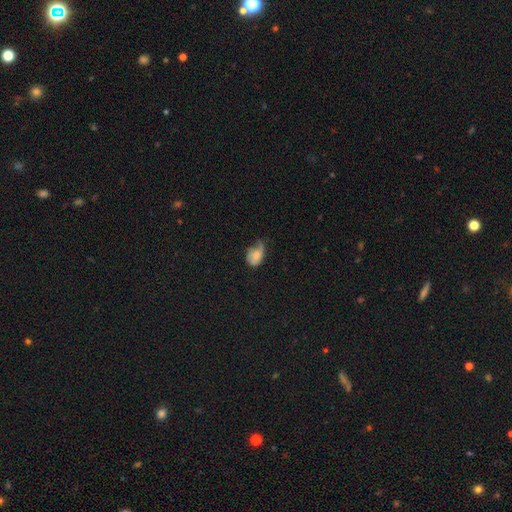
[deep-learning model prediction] The model was most divided on "merging": minor disturbance: 43%, major disturbance: 30%, none: 24%, merger: 3%. More confident: how rounded — in between (77%); smooth or featured — smooth (69%).